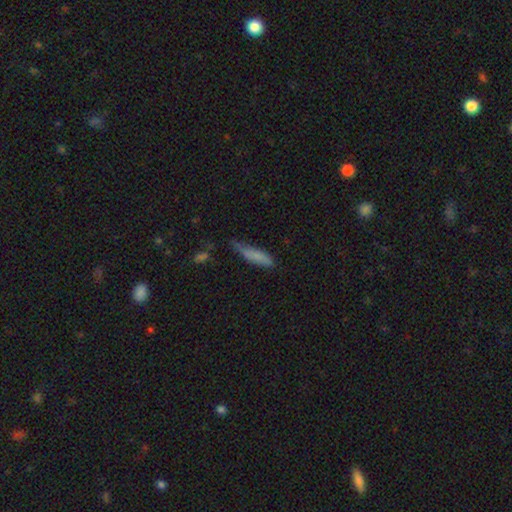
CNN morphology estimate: The model was most divided on "merging": none: 46%, minor disturbance: 37%, major disturbance: 13%, merger: 4%. More confident: smooth or featured — smooth (77%); how rounded — cigar-shaped (72%).